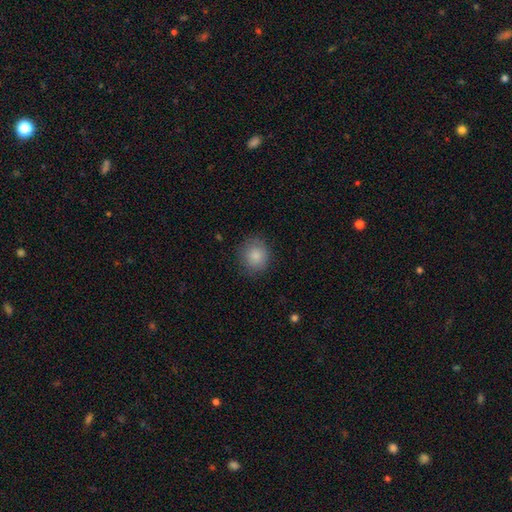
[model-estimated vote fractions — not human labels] Smooth or featured: smooth — 85% (star or artifact — 8%)
How rounded: round — 85% (in between — 14%)
Merging: none — 83% (minor disturbance — 13%)